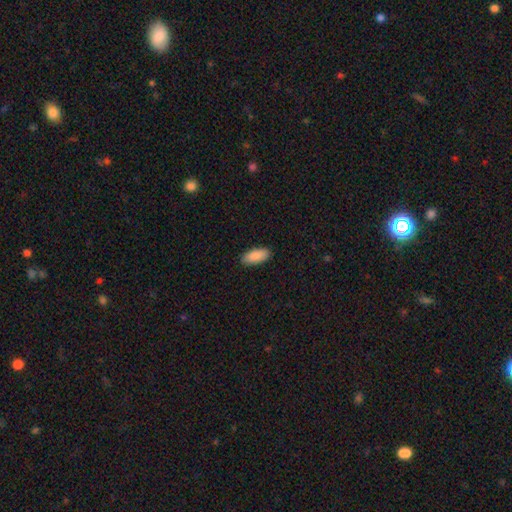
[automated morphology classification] This is clearly a smooth galaxy (90%). How rounded: clearly in between (84%). Merging: clearly none (89%).